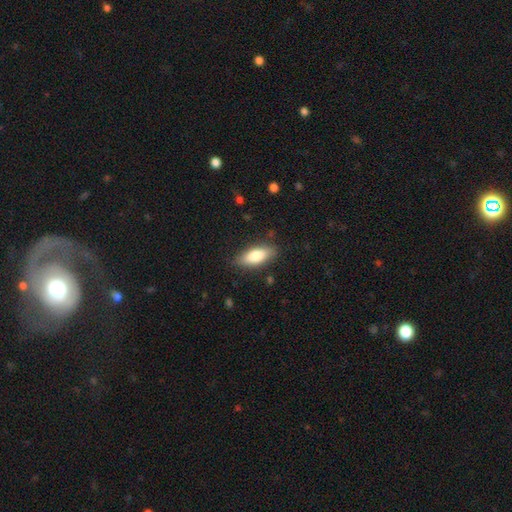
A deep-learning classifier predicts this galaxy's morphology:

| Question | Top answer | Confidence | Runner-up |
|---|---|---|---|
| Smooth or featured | smooth | 78% | featured or disk (16%) |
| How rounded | in between | 75% | cigar-shaped (23%) |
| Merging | none | 84% | minor disturbance (12%) |